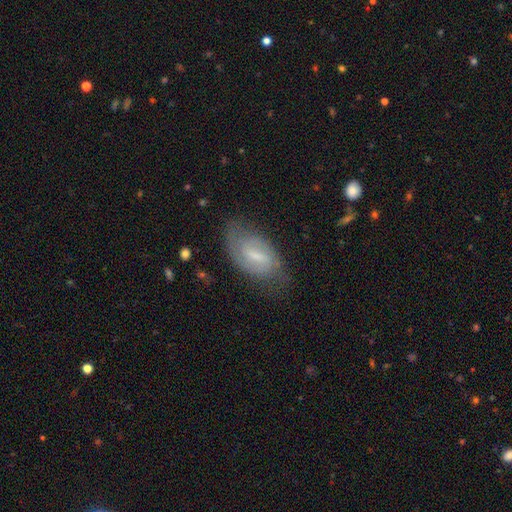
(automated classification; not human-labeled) Smooth or featured: featured or disk — 67% (smooth — 26%)
Edge-on disk: no — 94% (yes — 6%)
Bar: weak — 59% (strong — 26%)
Spiral arms: yes — 87% (no — 13%)
Spiral winding: medium — 43% (tight — 39%)
Spiral arm count: 2 — 69% (can't tell — 19%)
Bulge size: small — 48% (moderate — 30%)
Merging: none — 65% (minor disturbance — 24%)